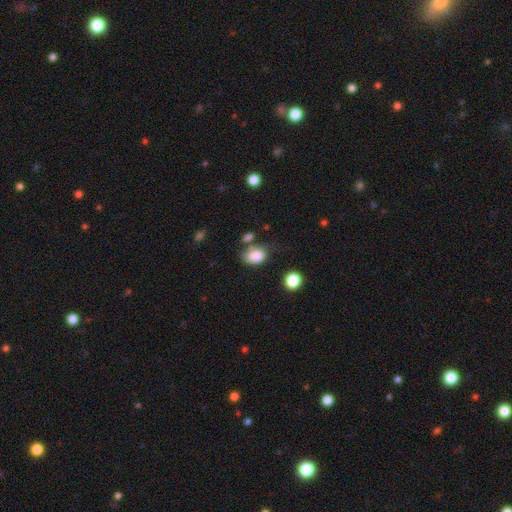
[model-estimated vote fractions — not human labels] smooth-or-featured: smooth: 83% | star or artifact: 9% | featured or disk: 8%
  how-rounded: in between: 75% | round: 24% | cigar-shaped: 1%
  merging: none: 45% | minor disturbance: 27% | merger: 16% | major disturbance: 13%